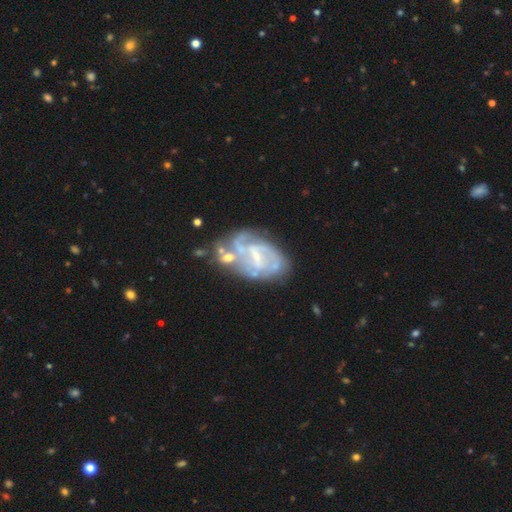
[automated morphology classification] Smooth or featured: featured or disk — 78% (smooth — 13%)
Edge-on disk: no — 97% (yes — 3%)
Bar: weak — 47% (no — 28%)
Spiral arms: yes — 75% (no — 25%)
Spiral winding: tight — 40% (medium — 39%)
Spiral arm count: can't tell — 41% (2 — 28%)
Bulge size: small — 44% (none — 31%)
Merging: none — 43% (minor disturbance — 21%)